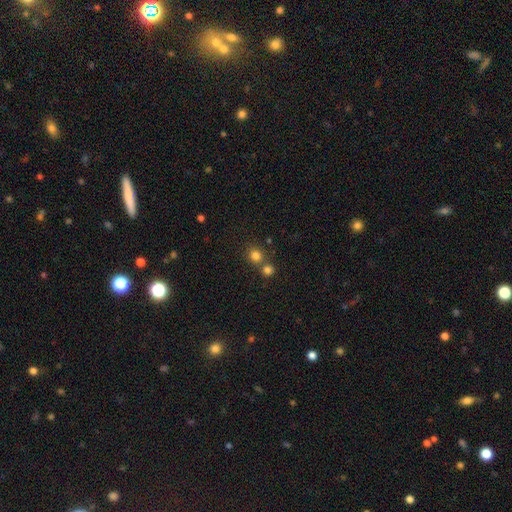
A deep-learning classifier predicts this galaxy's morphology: Overall: smooth (80%). How rounded: round (88%). Merging: none (60%; merger 31%).